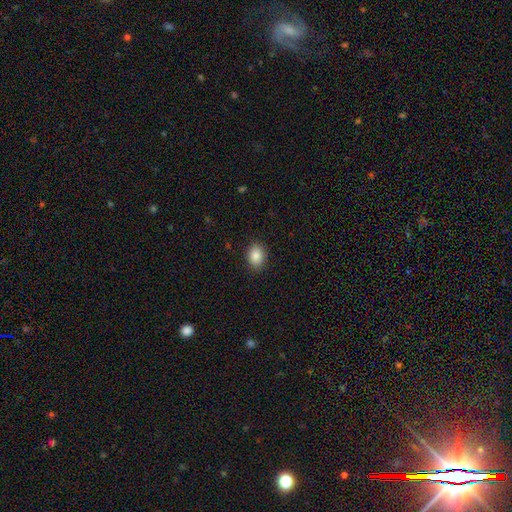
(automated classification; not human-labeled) Q: Smooth or featured?
A: smooth (87%); runner-up: star or artifact (8%)
Q: How rounded?
A: in between (69%); runner-up: round (30%)
Q: Merging?
A: none (89%); runner-up: minor disturbance (8%)